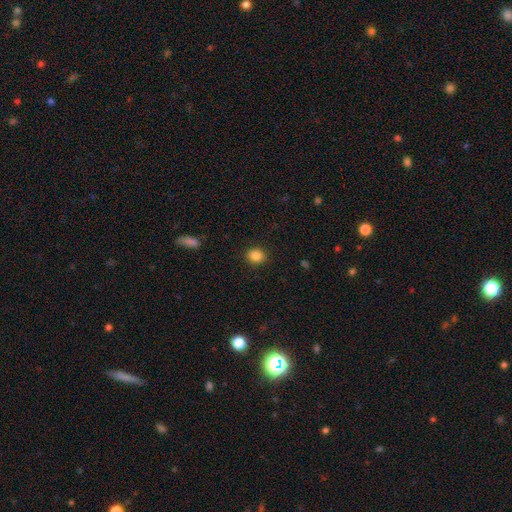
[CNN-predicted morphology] type=smooth (85%); roundness=round (70%); merging=none (90%).